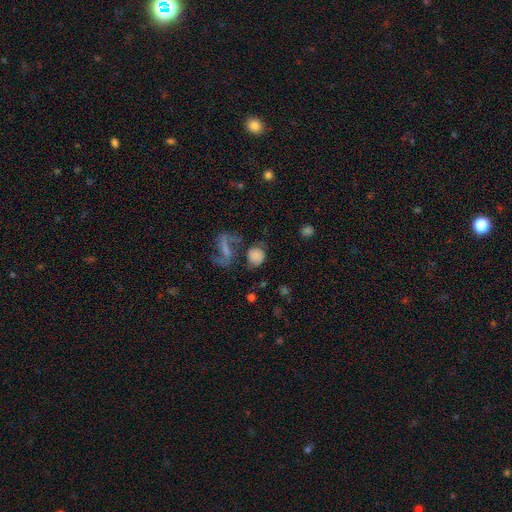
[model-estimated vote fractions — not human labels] Smooth or featured: smooth — 67% (featured or disk — 20%)
How rounded: round — 75% (in between — 23%)
Merging: none — 57% (minor disturbance — 17%)